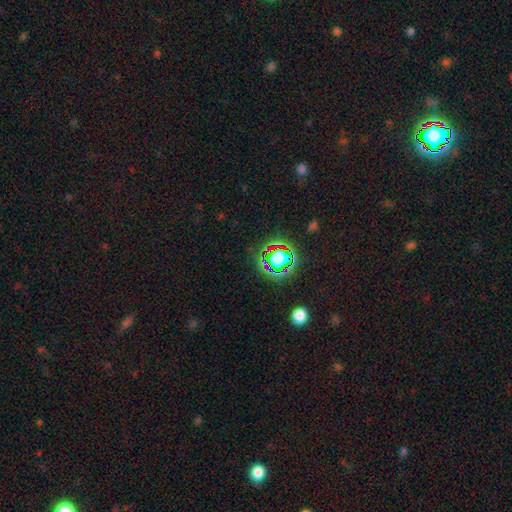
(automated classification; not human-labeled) smooth-or-featured: star or artifact: 77% | smooth: 15% | featured or disk: 9%